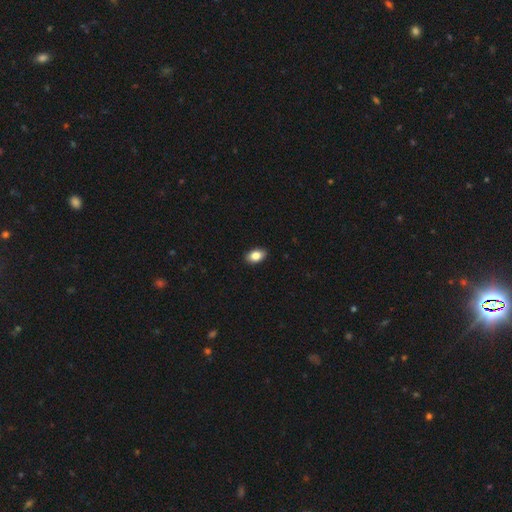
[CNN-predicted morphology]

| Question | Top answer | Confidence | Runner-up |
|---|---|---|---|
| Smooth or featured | smooth | 85% | star or artifact (8%) |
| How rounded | in between | 88% | round (11%) |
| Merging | none | 89% | minor disturbance (8%) |